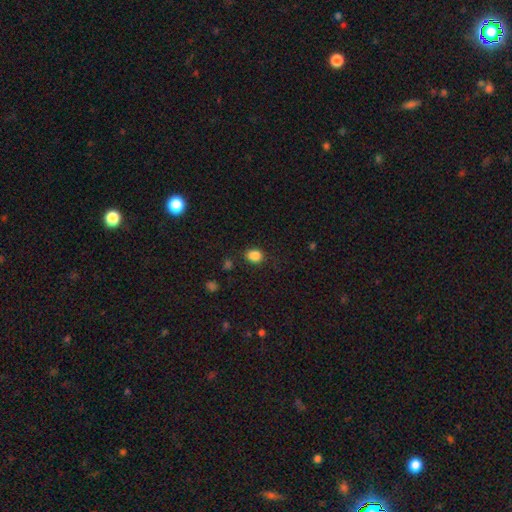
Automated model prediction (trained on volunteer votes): This appears to be a smooth galaxy with no disk features (85%) that is round (53%). Merging: none (81%).